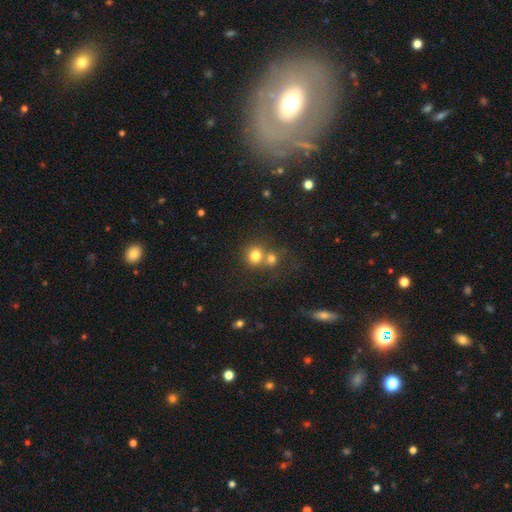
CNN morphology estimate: Smooth or featured? Predicted: smooth (p=0.77). How rounded? Predicted: round (p=0.83). Merging? Predicted: merger (p=0.47).